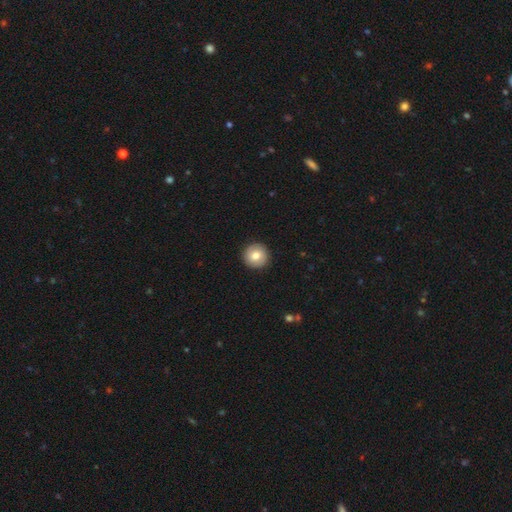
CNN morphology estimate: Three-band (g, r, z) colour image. It shows a smooth galaxy with no disk features (77%) that is round (95%). Merging: none (92%).